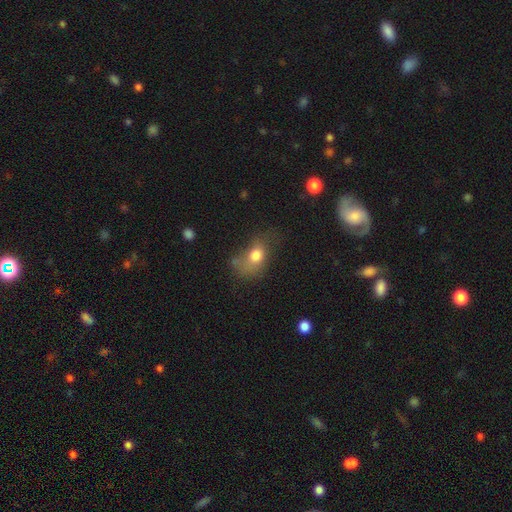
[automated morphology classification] Smooth or featured? smooth (72%)
How rounded? in between (70%)
Merging? major disturbance (33%)